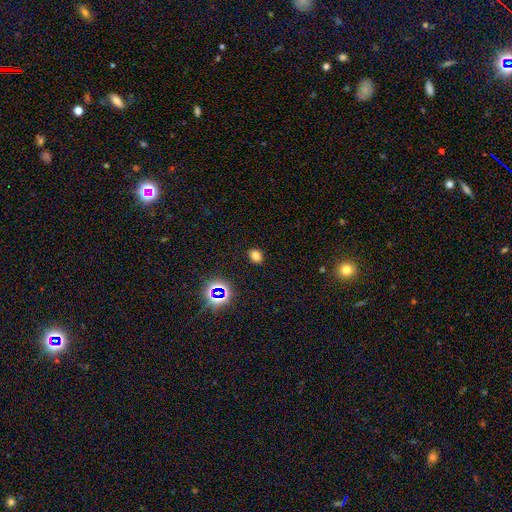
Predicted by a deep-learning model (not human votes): Smooth or featured? Predicted: smooth (p=0.73). How rounded? Predicted: in between (p=0.59). Merging? Predicted: none (p=0.88).